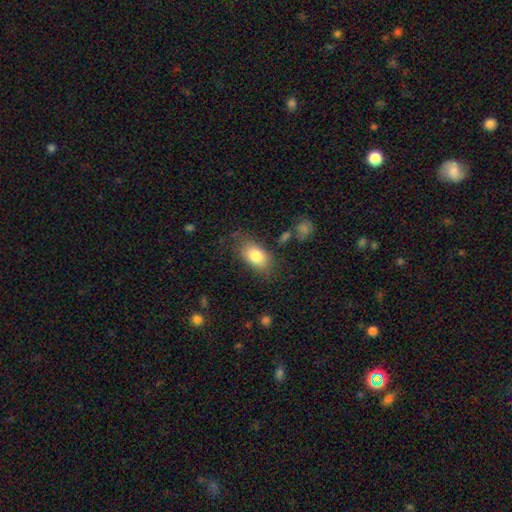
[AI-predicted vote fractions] Smooth or featured? smooth (82%)
How rounded? in between (89%)
Merging? none (72%)